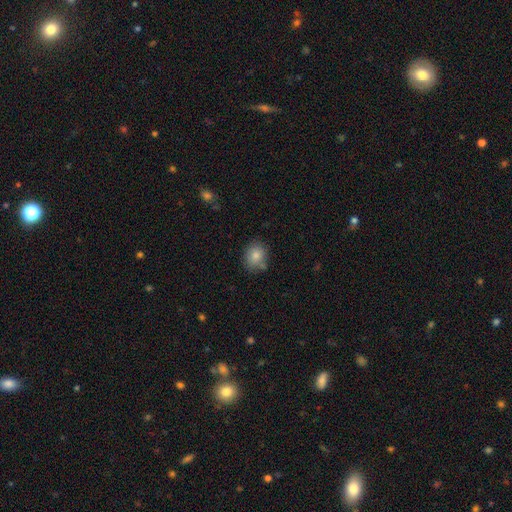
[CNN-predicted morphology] Q: Smooth or featured?
A: smooth (82%); runner-up: star or artifact (9%)
Q: How rounded?
A: round (65%); runner-up: in between (34%)
Q: Merging?
A: none (72%); runner-up: minor disturbance (18%)